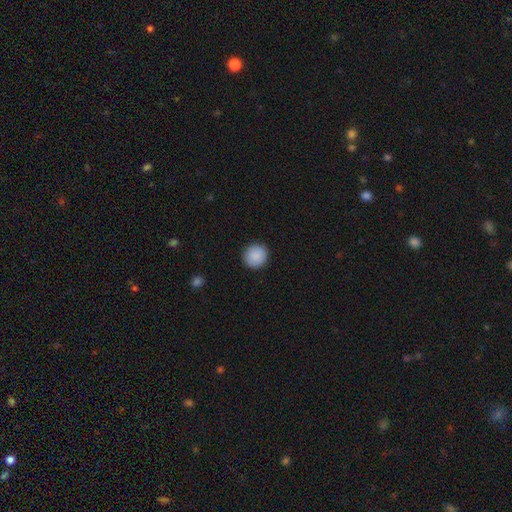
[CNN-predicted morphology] This is clearly a smooth galaxy (90%). How rounded: clearly round (92%). Merging: clearly none (92%).